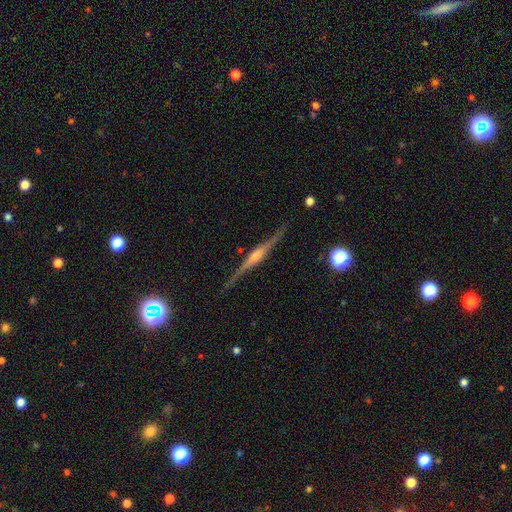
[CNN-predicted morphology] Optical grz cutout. It shows a featured or disk galaxy (86%) viewed edge-on (98%) with a rounded central bulge (79%). Merging: none (88%).